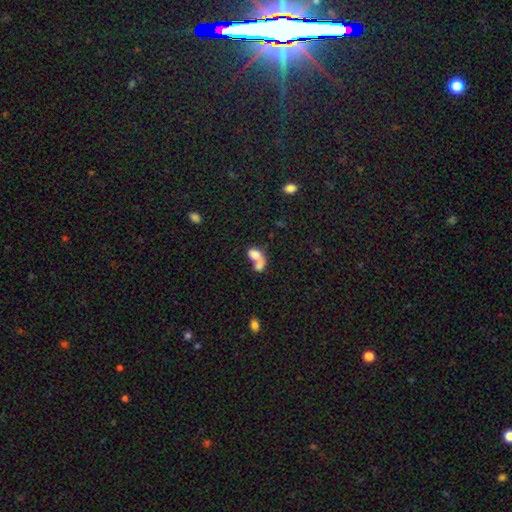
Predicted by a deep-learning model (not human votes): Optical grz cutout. It shows a smooth galaxy with no disk features (69%) that is in between round and cigar-shaped (74%). Merging: merger (68%).